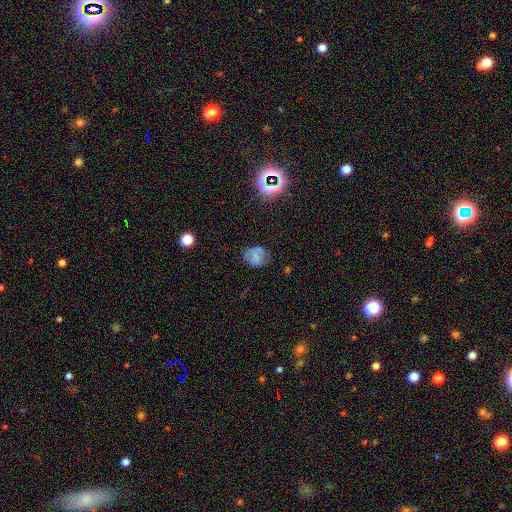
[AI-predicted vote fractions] Overall: smooth (59%; featured or disk 24%). How rounded: round (55%; in between 44%). Merging: none (63%).